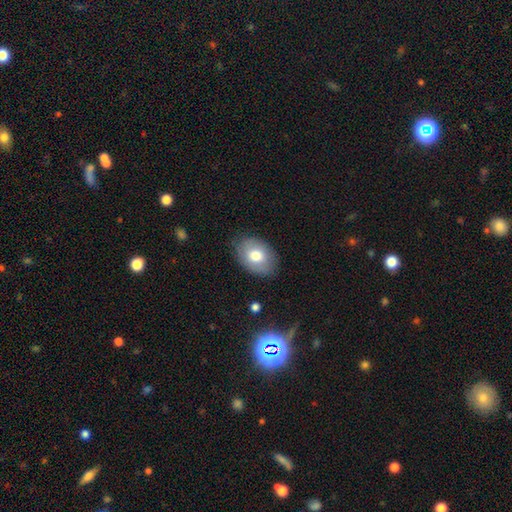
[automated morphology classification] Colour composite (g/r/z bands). It shows a smooth galaxy with no disk features (74%) that is in between round and cigar-shaped (81%). Merging: none (81%).